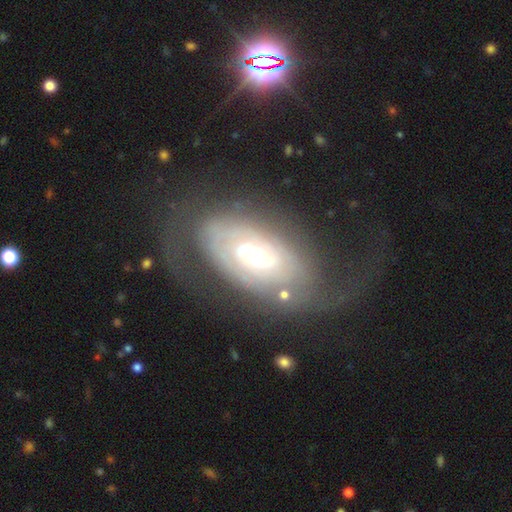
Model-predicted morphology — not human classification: Overall: featured or disk (75%). Edge-on disk: no (93%). Bar: no (74%). Spiral arms: yes (74%). Spiral arm count: can't tell (43%; 2 36%). Spiral winding: tight (59%; medium 26%). Bulge size: moderate (54%; small 37%). Merging: none (53%; major disturbance 26%).